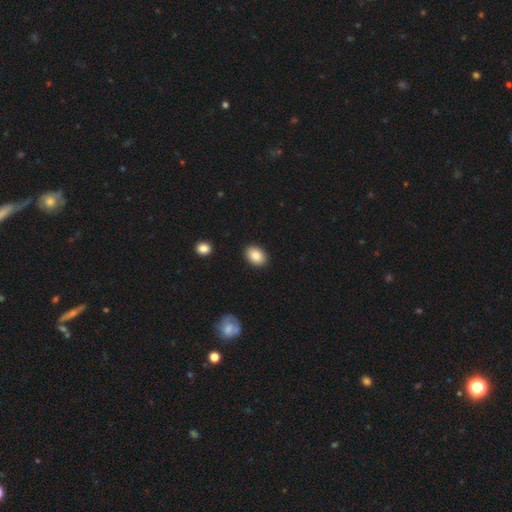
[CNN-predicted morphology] Q: Smooth or featured?
A: smooth (87%); runner-up: star or artifact (8%)
Q: How rounded?
A: in between (80%); runner-up: round (19%)
Q: Merging?
A: none (89%); runner-up: minor disturbance (8%)